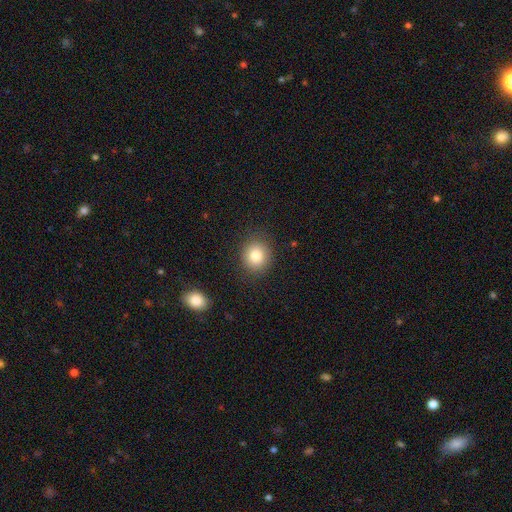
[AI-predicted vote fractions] smooth 82%, star or artifact 10%, featured or disk 8%. Down the decision tree: how rounded — round (82%); merging — none (87%).